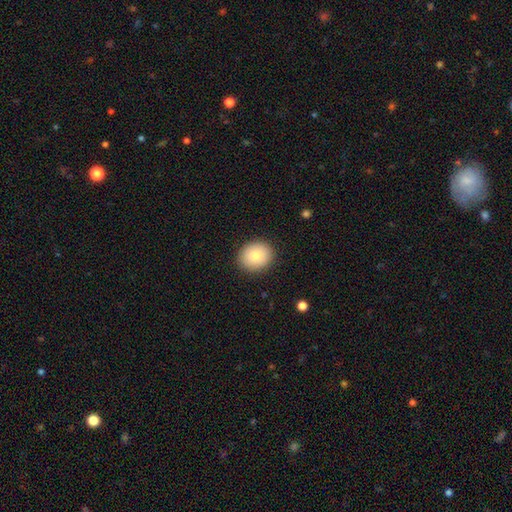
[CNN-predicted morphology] type=smooth (82%); roundness=round (65%); merging=none (89%).